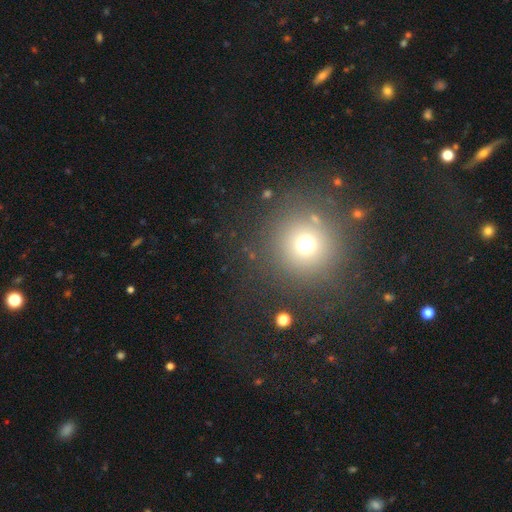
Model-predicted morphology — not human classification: The model was most divided on "smooth or featured": smooth: 61%, star or artifact: 28%, featured or disk: 11%. More confident: how rounded — round (94%); merging — none (79%).